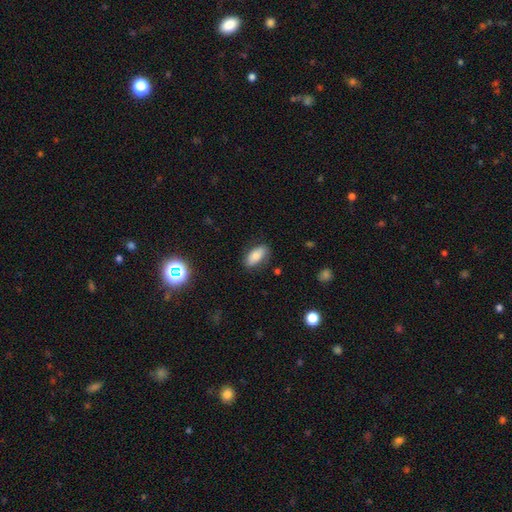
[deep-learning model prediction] Smooth or featured? Predicted: smooth (p=0.81). How rounded? Predicted: in between (p=0.88). Merging? Predicted: none (p=0.79).